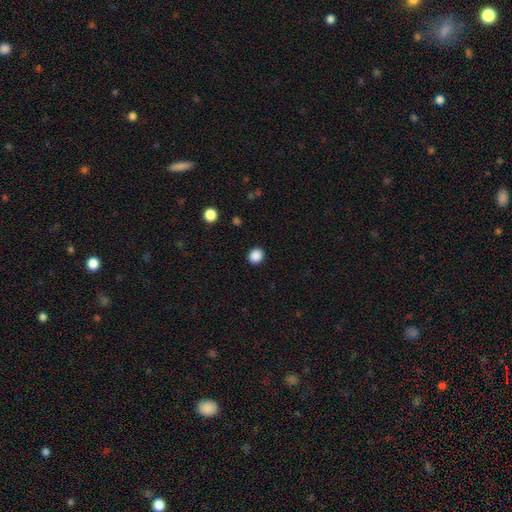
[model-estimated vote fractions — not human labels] Overall: smooth (88%). How rounded: round (83%). Merging: none (92%).